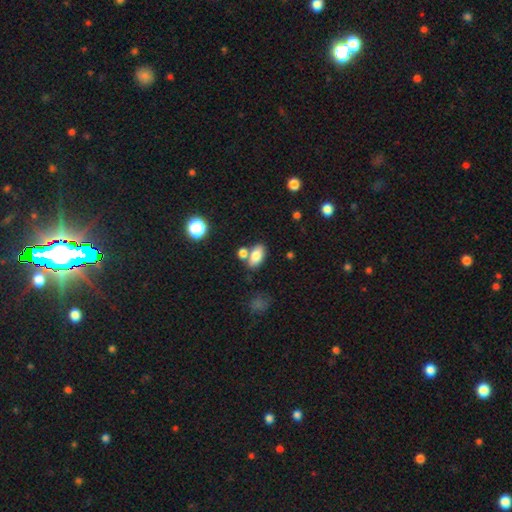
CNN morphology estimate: type=smooth (81%); roundness=in between (90%); merging=none (58%).